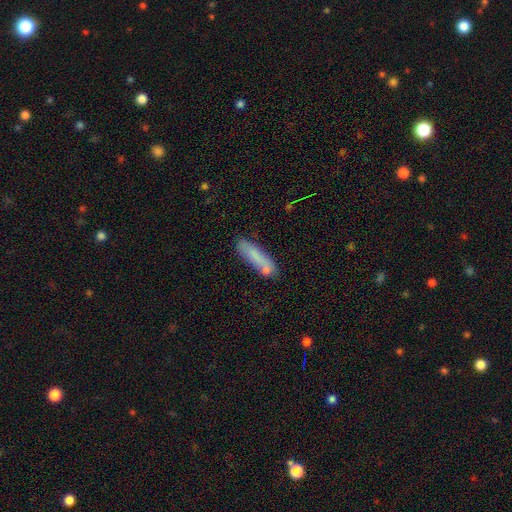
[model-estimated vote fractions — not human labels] Q: Smooth or featured?
A: smooth (75%); runner-up: featured or disk (18%)
Q: How rounded?
A: cigar-shaped (73%); runner-up: in between (25%)
Q: Merging?
A: none (62%); runner-up: minor disturbance (20%)